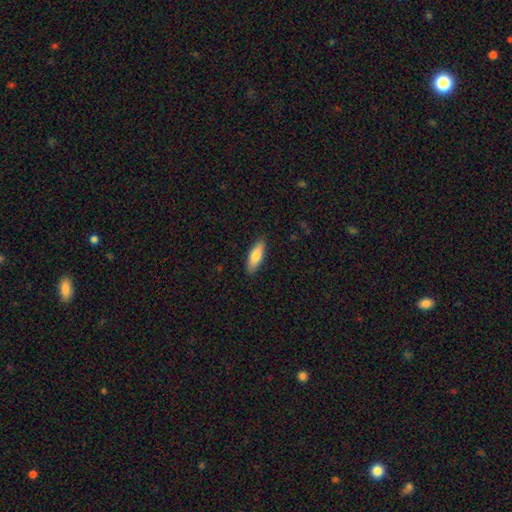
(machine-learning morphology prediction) A smooth galaxy with no disk features (76%) that is in between round and cigar-shaped (59%).

Vote fractions:
- Smooth or featured? smooth: 76% / featured or disk: 19% / star or artifact: 6%
- How rounded? in between: 59% / cigar-shaped: 39% / round: 2%
- Merging? none: 89% / minor disturbance: 9% / major disturbance: 2% / merger: 1%